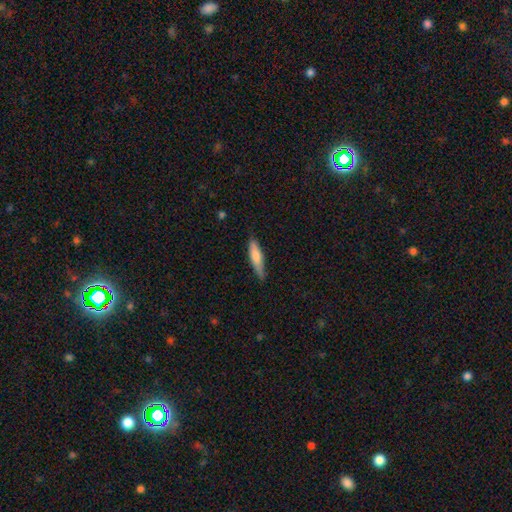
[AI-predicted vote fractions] smooth 67%, featured or disk 27%, star or artifact 6%. Down the decision tree: how rounded — cigar-shaped (77%); merging — none (78%).